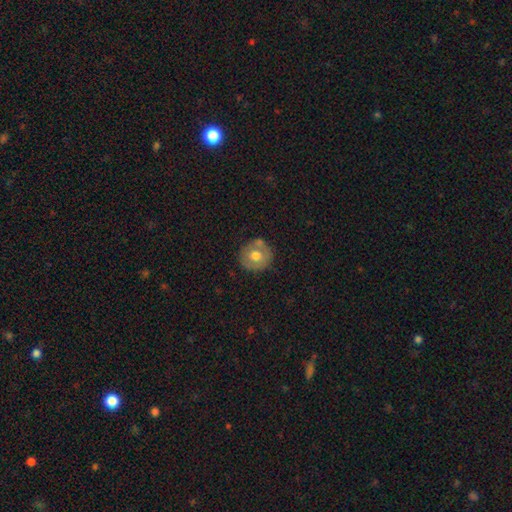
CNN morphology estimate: This appears to be a smooth galaxy with no disk features (66%) that is round (91%). Merging: none (75%).